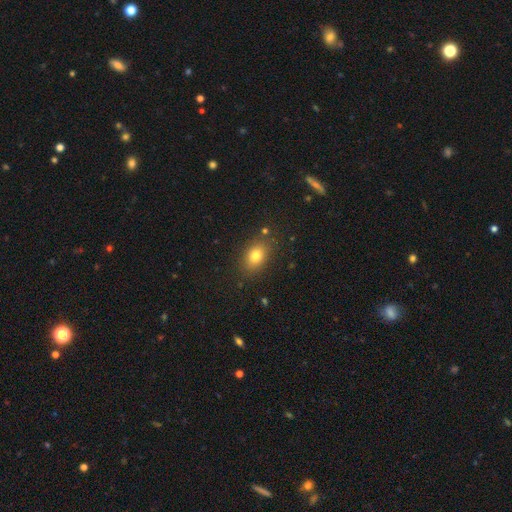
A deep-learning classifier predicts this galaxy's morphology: Overall: smooth (79%). How rounded: in between (75%). Merging: none (83%).